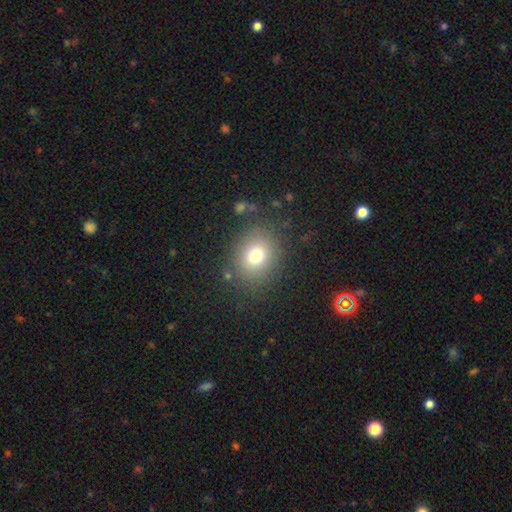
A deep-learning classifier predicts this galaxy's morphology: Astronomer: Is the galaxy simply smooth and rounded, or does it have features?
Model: smooth — 74%.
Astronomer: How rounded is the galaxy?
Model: round — 65%.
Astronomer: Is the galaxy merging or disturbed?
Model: none — 82%.